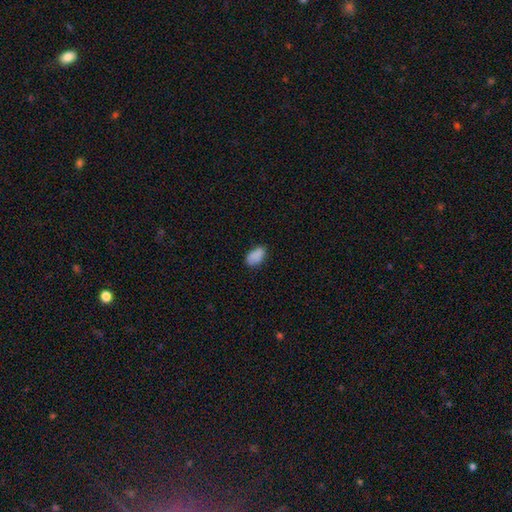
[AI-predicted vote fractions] A smooth galaxy with no disk features (86%) that is in between round and cigar-shaped (92%). Merging: none (73%).